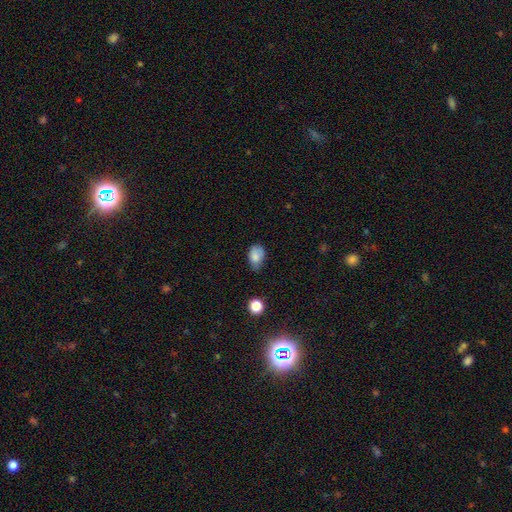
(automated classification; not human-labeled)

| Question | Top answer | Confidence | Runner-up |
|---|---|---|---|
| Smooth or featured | smooth | 82% | star or artifact (9%) |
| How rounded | in between | 81% | round (17%) |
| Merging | none | 48% | minor disturbance (41%) |